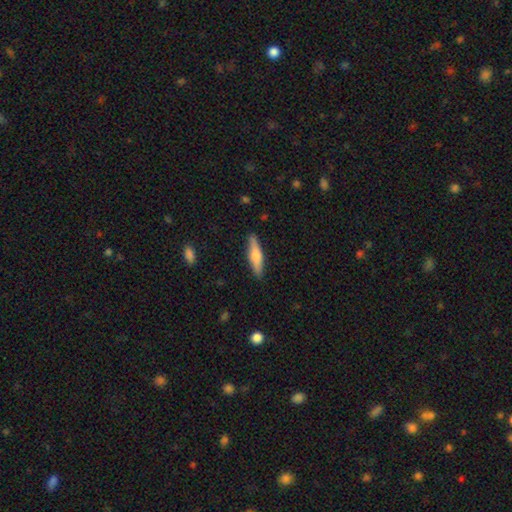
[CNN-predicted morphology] This is possibly a smooth galaxy (54%). How rounded: likely cigar-shaped (77%). Merging: clearly none (89%).